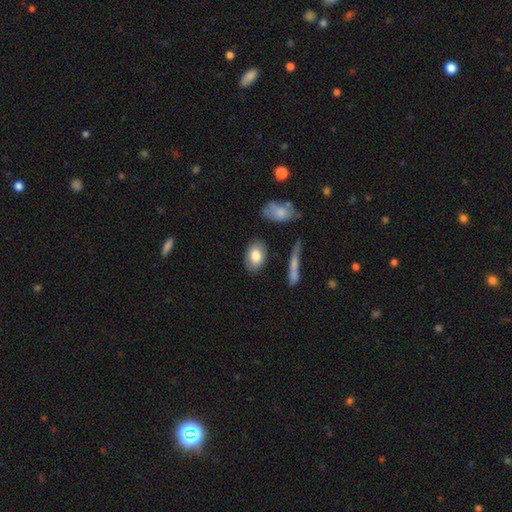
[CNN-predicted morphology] Smooth or featured? smooth (81%)
How rounded? in between (87%)
Merging? none (81%)